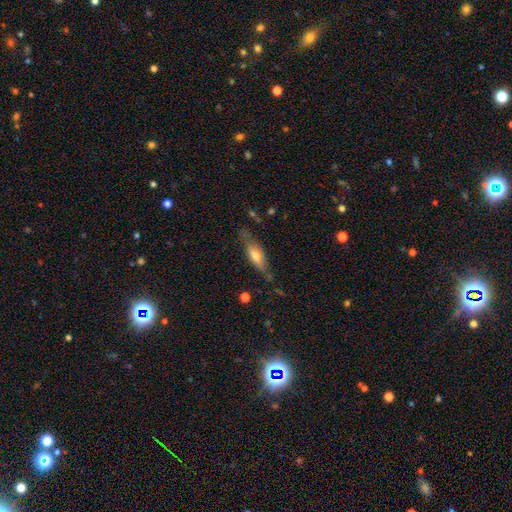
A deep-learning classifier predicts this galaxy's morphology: The model was most divided on "smooth or featured": smooth: 50%, featured or disk: 43%, star or artifact: 7%. More confident: merging — none (63%).